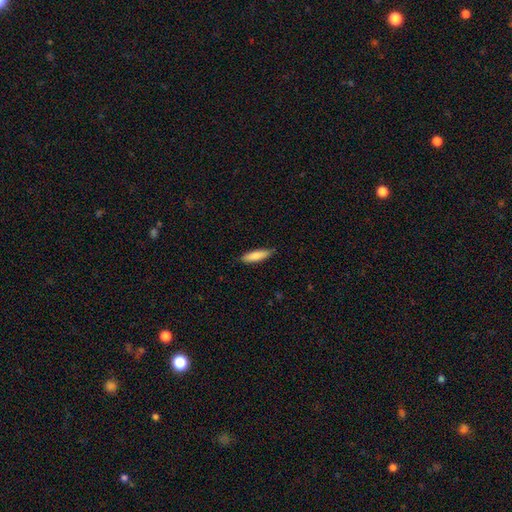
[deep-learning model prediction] This appears to be a smooth galaxy with no disk features (83%) that is cigar-shaped (68%). Merging: none (83%).